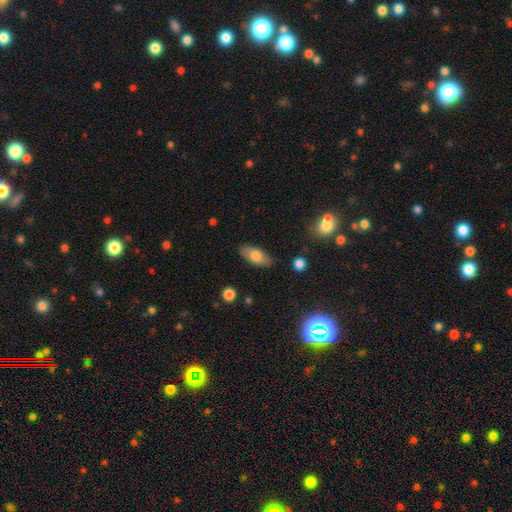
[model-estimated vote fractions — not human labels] Morphology: type=smooth (73%); roundness=in between (85%); merging=none (84%).